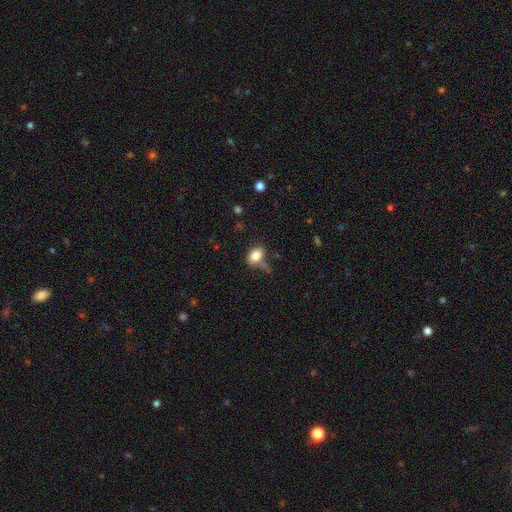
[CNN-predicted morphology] smooth-or-featured: smooth: 81% | featured or disk: 9% | star or artifact: 9%
  how-rounded: in between: 81% | round: 17% | cigar-shaped: 2%
  merging: none: 50% | minor disturbance: 26% | major disturbance: 12% | merger: 11%